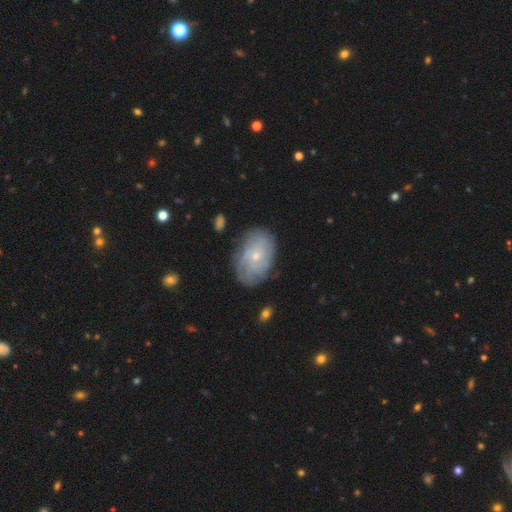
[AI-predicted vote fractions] Q: Smooth or featured?
A: featured or disk (58%); runner-up: smooth (34%)
Q: Edge-on disk?
A: no (96%); runner-up: yes (4%)
Q: Bar?
A: no (83%); runner-up: weak (15%)
Q: Spiral arms?
A: yes (73%); runner-up: no (27%)
Q: Bulge size?
A: small (67%); runner-up: moderate (29%)
Q: Merging?
A: none (74%); runner-up: minor disturbance (19%)